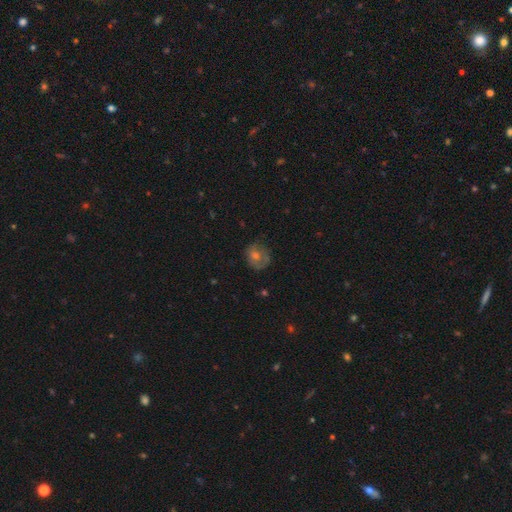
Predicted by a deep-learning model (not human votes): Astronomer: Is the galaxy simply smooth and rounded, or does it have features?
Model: smooth — 51% (runner-up: featured or disk, 35%).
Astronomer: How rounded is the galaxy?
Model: round — 78%.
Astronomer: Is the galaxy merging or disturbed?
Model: none — 67%.